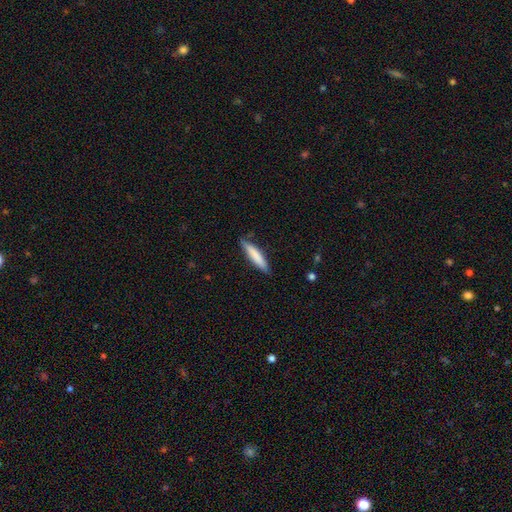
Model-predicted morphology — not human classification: Smooth or featured? smooth (77%)
How rounded? cigar-shaped (84%)
Merging? none (81%)